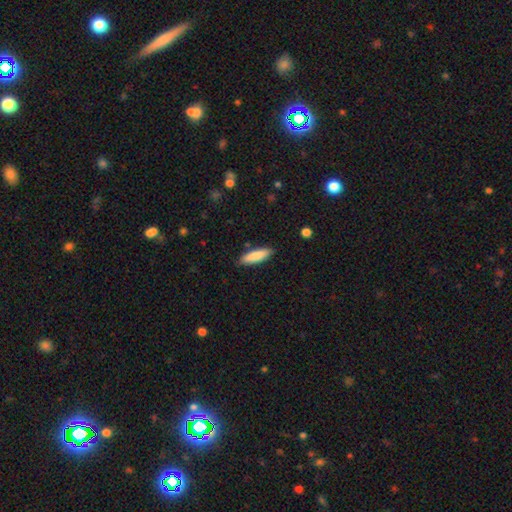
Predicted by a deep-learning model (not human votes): smooth_or_featured: smooth (p=0.83) [alt: featured or disk p=0.11]
how_rounded: cigar-shaped (p=0.62) [alt: in between p=0.36]
merging: none (p=0.86) [alt: minor disturbance p=0.10]